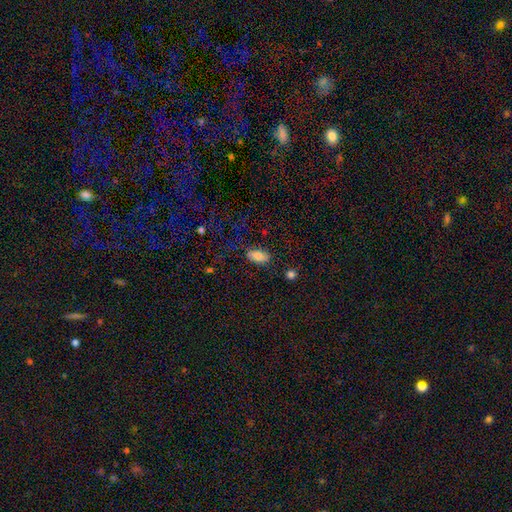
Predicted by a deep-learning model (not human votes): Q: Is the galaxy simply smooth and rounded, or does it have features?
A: smooth — 79%.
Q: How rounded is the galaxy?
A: in between — 89%.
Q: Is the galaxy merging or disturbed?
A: none — 79%.